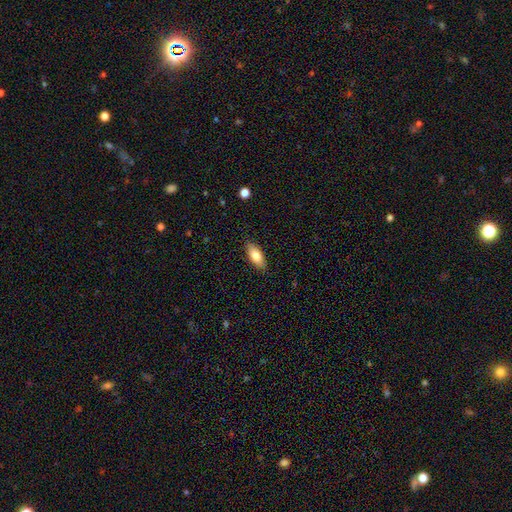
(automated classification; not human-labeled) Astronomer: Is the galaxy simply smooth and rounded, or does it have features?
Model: smooth — 76%.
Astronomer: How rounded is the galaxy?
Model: in between — 78%.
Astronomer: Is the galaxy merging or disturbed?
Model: none — 87%.